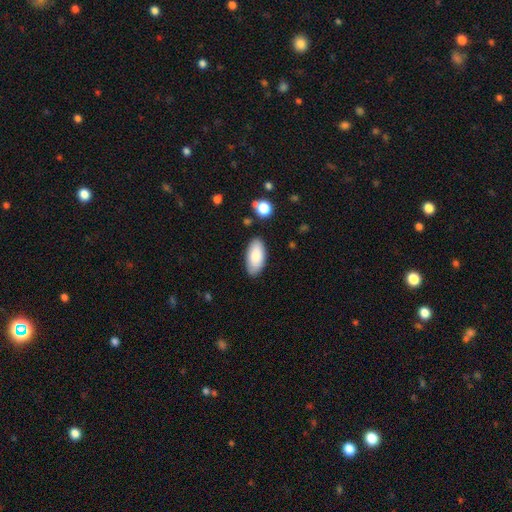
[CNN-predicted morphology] A smooth galaxy with no disk features (84%) that is in between round and cigar-shaped (93%).

Vote fractions:
- Smooth or featured? smooth: 84% / featured or disk: 10% / star or artifact: 6%
- How rounded? in between: 93% / cigar-shaped: 5% / round: 2%
- Merging? none: 81% / minor disturbance: 14% / major disturbance: 3% / merger: 2%